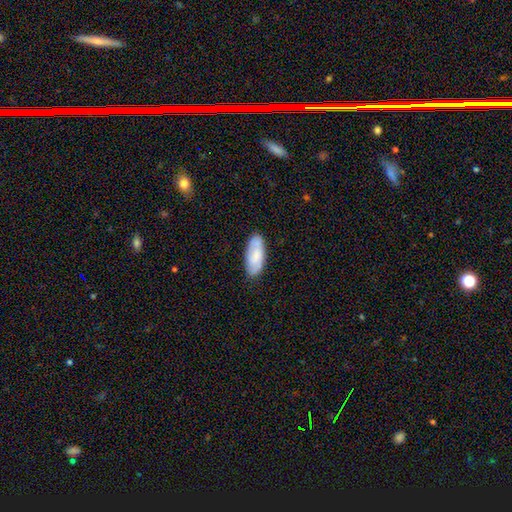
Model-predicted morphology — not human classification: This is likely a smooth galaxy (65%). How rounded: clearly in between (84%). Merging: clearly none (81%).